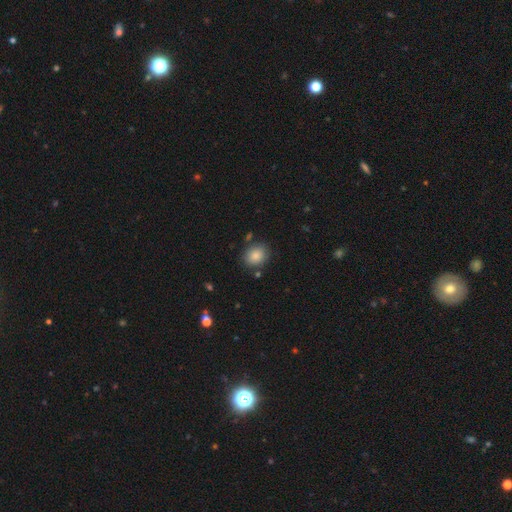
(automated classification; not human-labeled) smooth 86%, star or artifact 9%, featured or disk 6%. Down the decision tree: how rounded — round (60%); merging — none (82%).